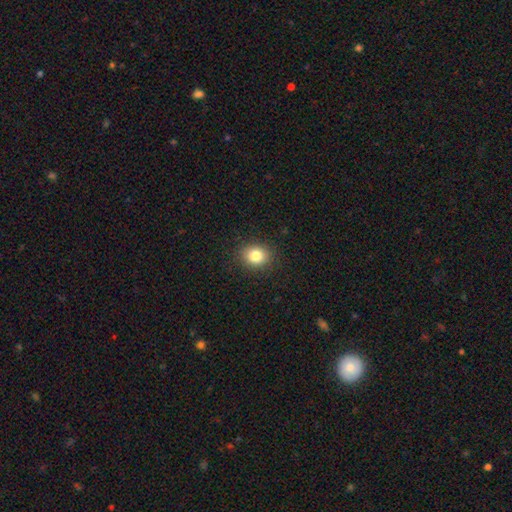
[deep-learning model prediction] The model was most divided on "how rounded": round: 65%, in between: 34%, cigar-shaped: 1%. More confident: merging — none (89%); smooth or featured — smooth (82%).